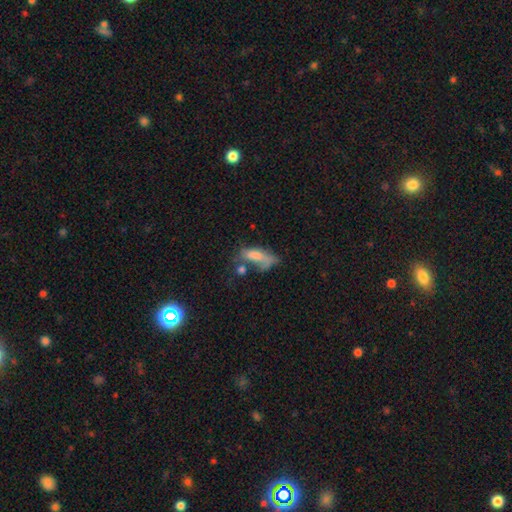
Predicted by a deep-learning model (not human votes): smooth 58%, featured or disk 29%, star or artifact 13%. Down the decision tree: how rounded — in between (65%); merging — none (29%, tied with major disturbance).